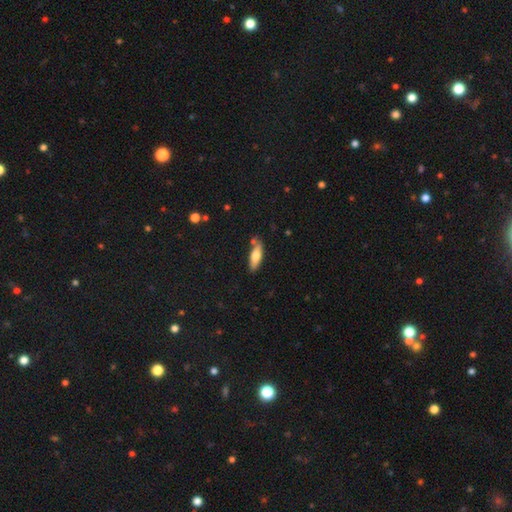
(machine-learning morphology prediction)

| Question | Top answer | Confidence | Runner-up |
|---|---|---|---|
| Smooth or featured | smooth | 61% | featured or disk (33%) |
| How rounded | cigar-shaped | 50% | in between (47%) |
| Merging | none | 77% | minor disturbance (14%) |